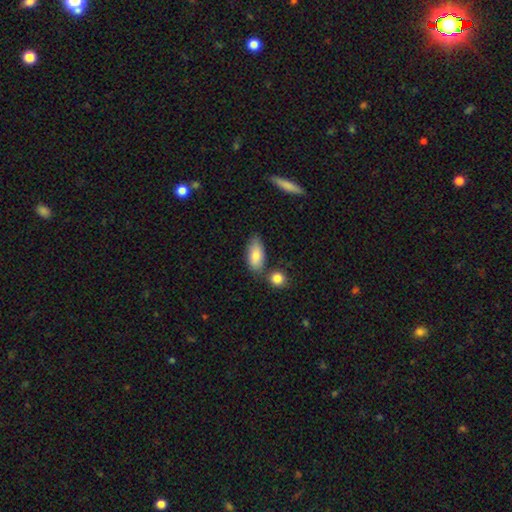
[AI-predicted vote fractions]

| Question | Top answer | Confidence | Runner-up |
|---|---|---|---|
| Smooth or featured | smooth | 83% | featured or disk (11%) |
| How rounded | in between | 88% | cigar-shaped (9%) |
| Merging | none | 63% | minor disturbance (17%) |